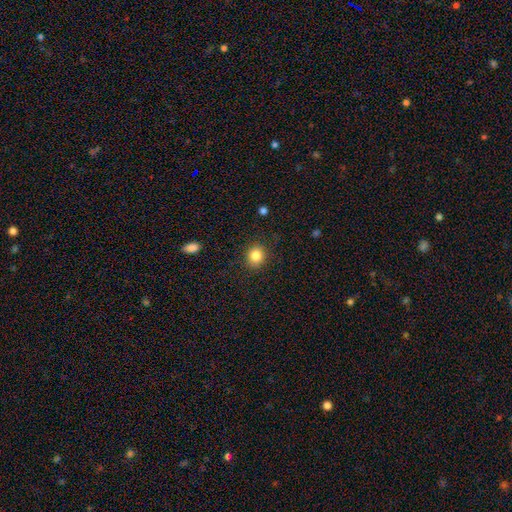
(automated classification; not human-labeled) smooth 85%, star or artifact 10%, featured or disk 6%. Down the decision tree: how rounded — round (73%); merging — none (87%).